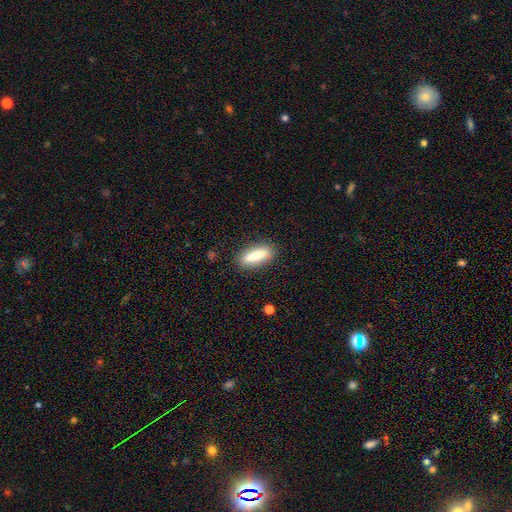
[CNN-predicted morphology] smooth 78%, featured or disk 15%, star or artifact 7%. Down the decision tree: how rounded — cigar-shaped (55%); merging — none (86%).